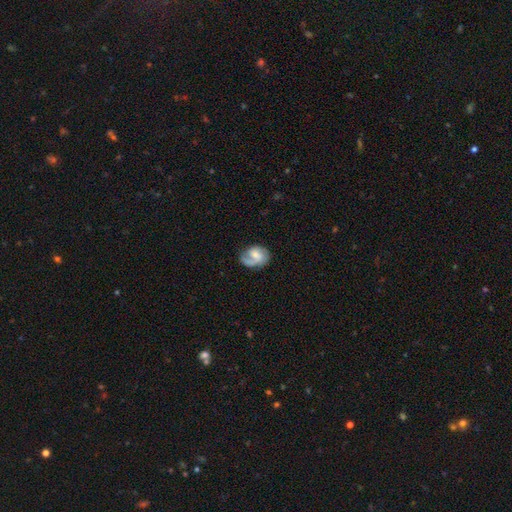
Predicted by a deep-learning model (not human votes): Smooth or featured: featured or disk — 64% (smooth — 29%)
Edge-on disk: no — 97% (yes — 3%)
Bar: no — 49% (weak — 42%)
Spiral arms: yes — 89% (no — 11%)
Spiral winding: medium — 43% (tight — 29%)
Spiral arm count: 1 — 47% (2 — 41%)
Bulge size: small — 41% (moderate — 40%)
Merging: none — 59% (minor disturbance — 23%)